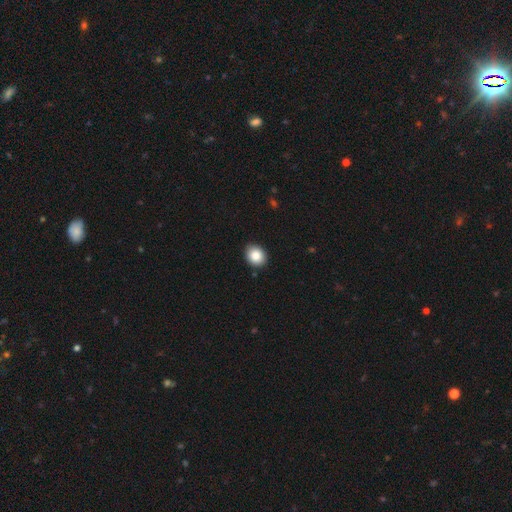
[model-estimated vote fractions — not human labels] A smooth galaxy with no disk features (87%) that is round (61%). Merging: none (89%).